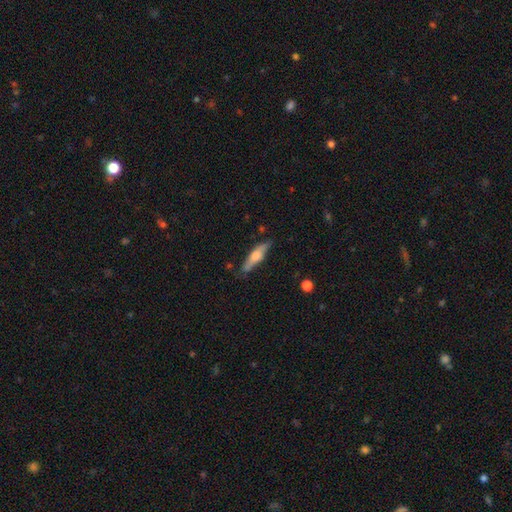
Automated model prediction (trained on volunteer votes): This appears to be a featured or disk galaxy (52%) viewed edge-on (91%). Merging: none (78%).